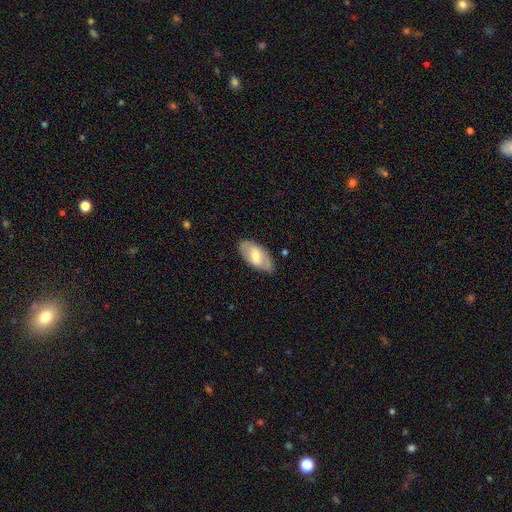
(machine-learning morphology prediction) type=smooth (47%, tied with featured or disk); merging=none (79%).